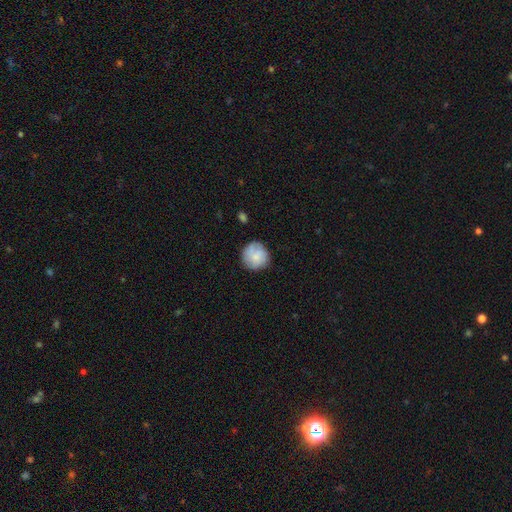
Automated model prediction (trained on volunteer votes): This appears to be a smooth galaxy with no disk features (72%) that is round (92%). Merging: none (75%).